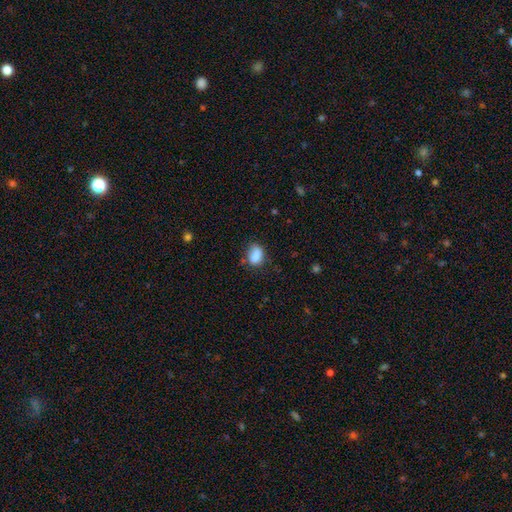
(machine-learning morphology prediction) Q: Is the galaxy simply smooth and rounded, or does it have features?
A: smooth — 85%.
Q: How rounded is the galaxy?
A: in between — 78%.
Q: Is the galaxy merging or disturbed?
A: none — 61%.